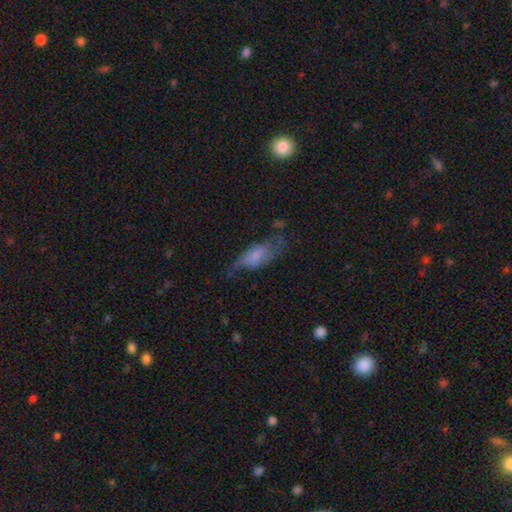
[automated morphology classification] A smooth galaxy with no disk features (45%, tied with featured or disk).

Vote fractions:
- Smooth or featured? smooth: 45% (tied) / featured or disk: 45% (tied) / star or artifact: 10%
- Merging? none: 42% / minor disturbance: 28% / major disturbance: 27% / merger: 3%